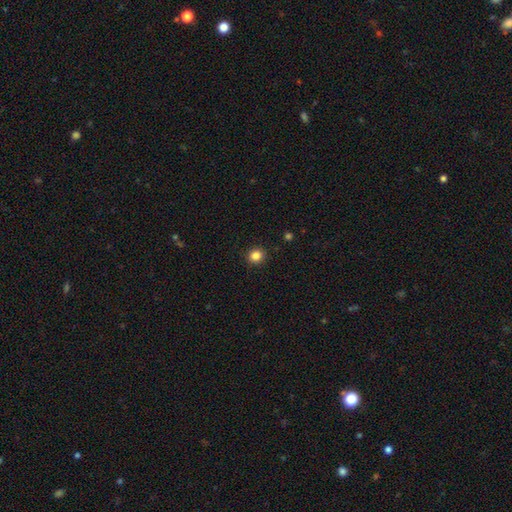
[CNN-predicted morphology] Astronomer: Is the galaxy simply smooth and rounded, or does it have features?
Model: smooth — 84%.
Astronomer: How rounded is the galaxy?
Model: round — 84%.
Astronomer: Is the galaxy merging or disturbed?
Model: none — 91%.